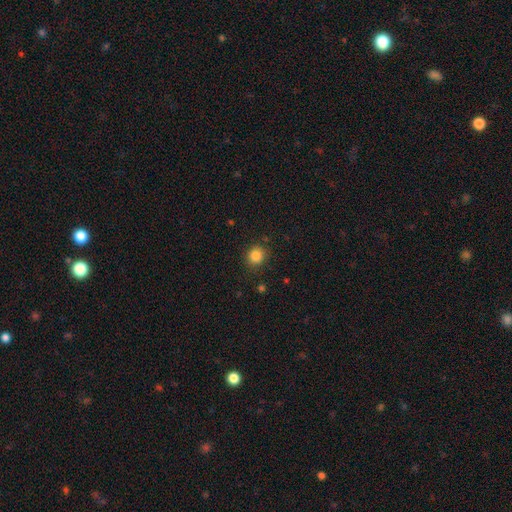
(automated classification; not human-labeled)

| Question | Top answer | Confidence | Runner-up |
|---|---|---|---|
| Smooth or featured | smooth | 85% | star or artifact (11%) |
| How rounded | round | 88% | in between (11%) |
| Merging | none | 87% | minor disturbance (9%) |